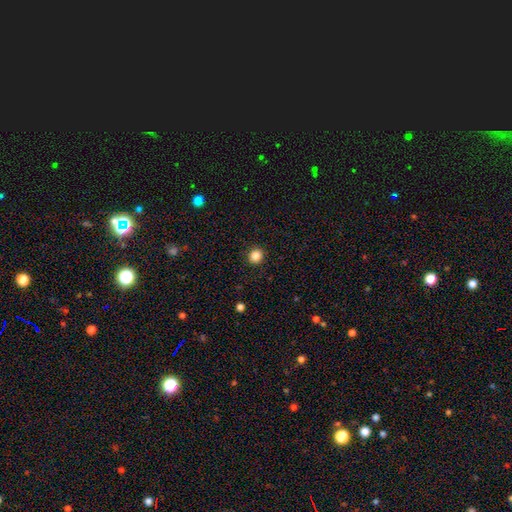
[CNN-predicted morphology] A smooth galaxy with no disk features (85%) that is round (88%). Merging: none (92%).